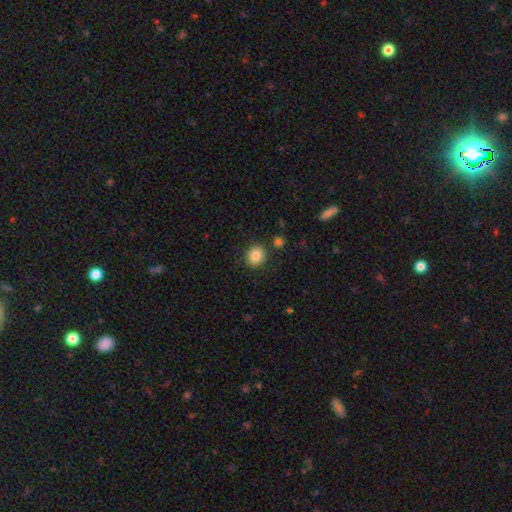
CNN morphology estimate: type=smooth (85%); roundness=round (82%); merging=none (87%).